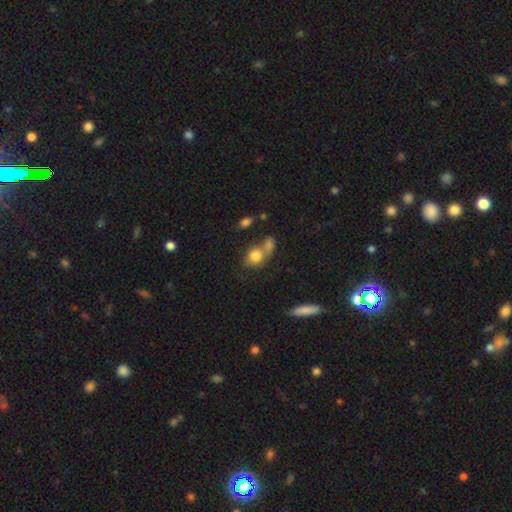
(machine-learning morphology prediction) This appears to be a smooth galaxy with no disk features (80%) that is round (61%). Merging: merger (42%).